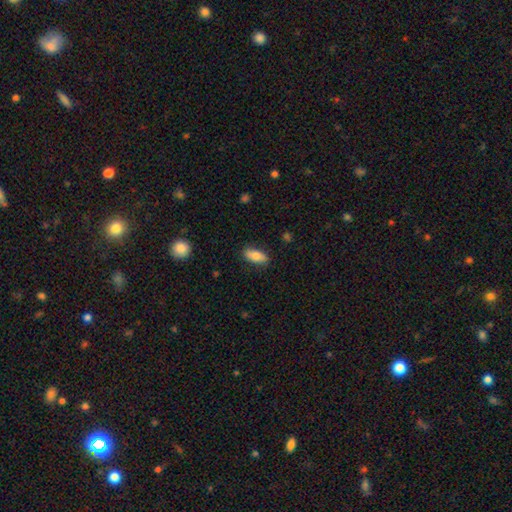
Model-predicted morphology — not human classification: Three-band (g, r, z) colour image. It shows a smooth galaxy with no disk features (80%) that is in between round and cigar-shaped (84%). Merging: none (86%).